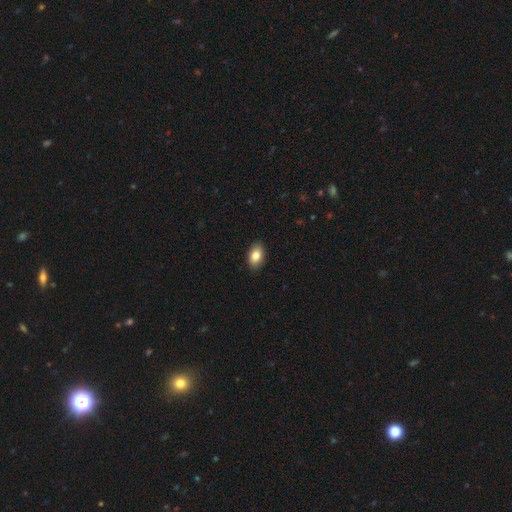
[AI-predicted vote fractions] Morphology: type=smooth (84%); roundness=in between (91%); merging=none (90%).